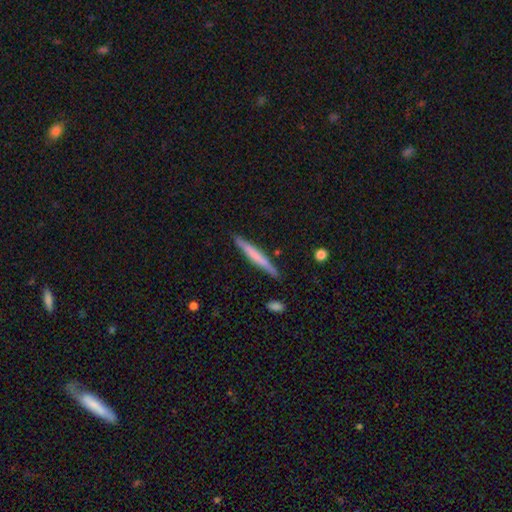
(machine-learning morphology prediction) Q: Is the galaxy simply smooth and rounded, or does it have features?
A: smooth — 55%.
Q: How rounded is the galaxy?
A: cigar-shaped — 96%.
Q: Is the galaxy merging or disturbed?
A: none — 87%.